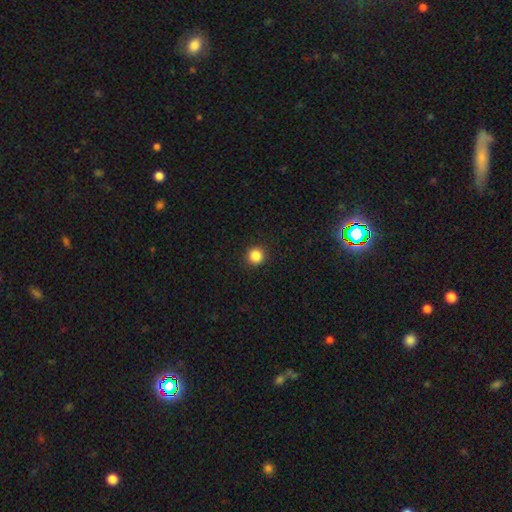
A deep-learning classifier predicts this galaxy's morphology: smooth-or-featured: smooth: 86% | star or artifact: 11% | featured or disk: 3%
  how-rounded: round: 94% | in between: 5% | cigar-shaped: 1%
  merging: none: 93% | minor disturbance: 5% | major disturbance: 2% | merger: 1%